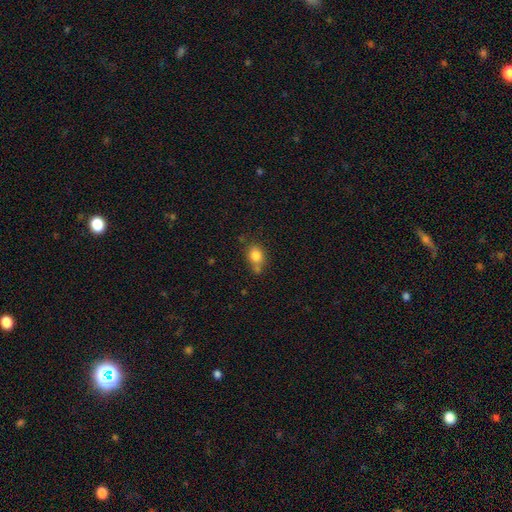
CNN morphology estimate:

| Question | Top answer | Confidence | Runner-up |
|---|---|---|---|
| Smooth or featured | smooth | 82% | star or artifact (10%) |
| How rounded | in between | 51% | round (48%) |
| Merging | none | 58% | merger (19%) |